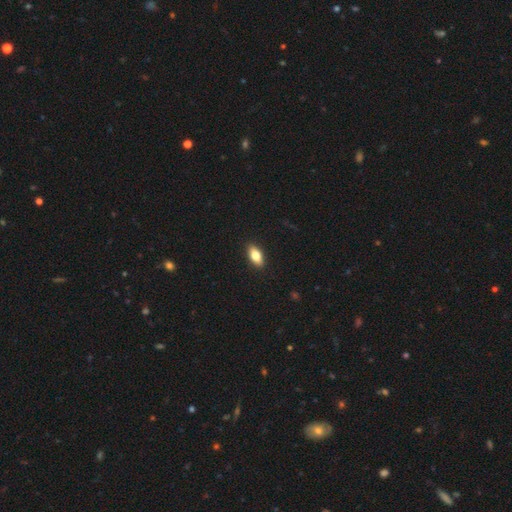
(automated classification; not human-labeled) smooth 76%, featured or disk 17%, star or artifact 7%. Down the decision tree: how rounded — in between (86%); merging — none (90%).